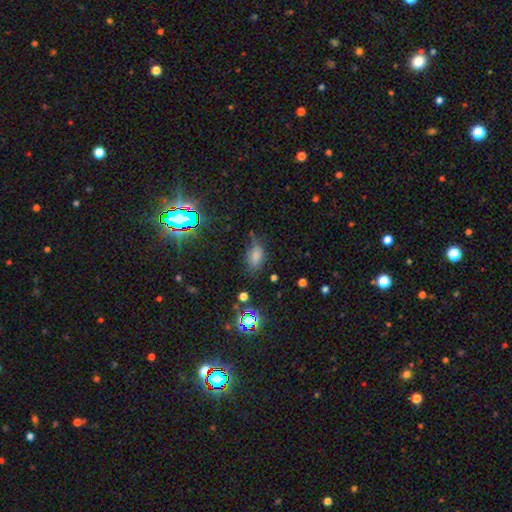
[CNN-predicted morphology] This is likely a smooth galaxy (72%). How rounded: clearly in between (87%). Merging: possibly none (55%).